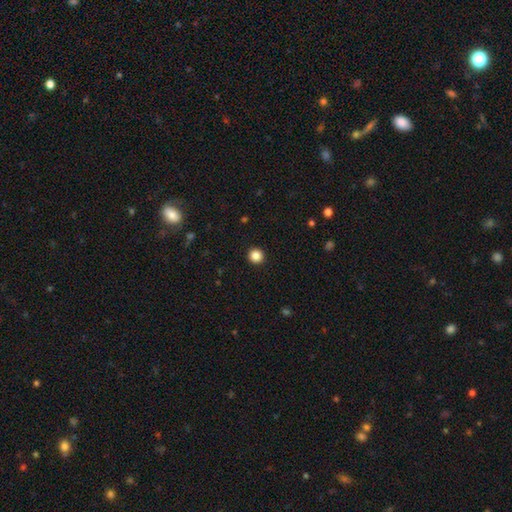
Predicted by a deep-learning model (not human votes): Smooth or featured? Predicted: smooth (p=0.86). How rounded? Predicted: round (p=0.95). Merging? Predicted: none (p=0.93).